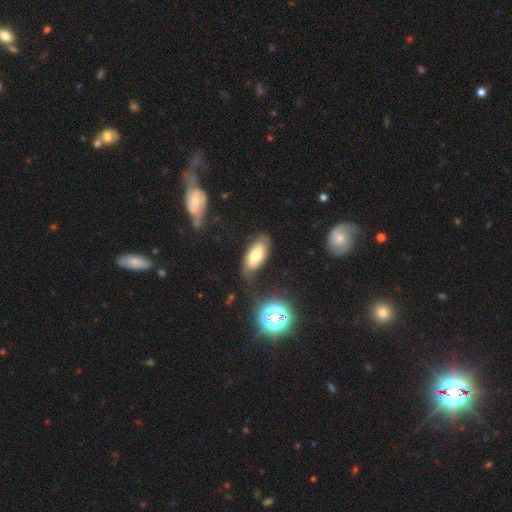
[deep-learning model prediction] Morphology: type=smooth (62%); roundness=in between (89%); merging=none (68%).